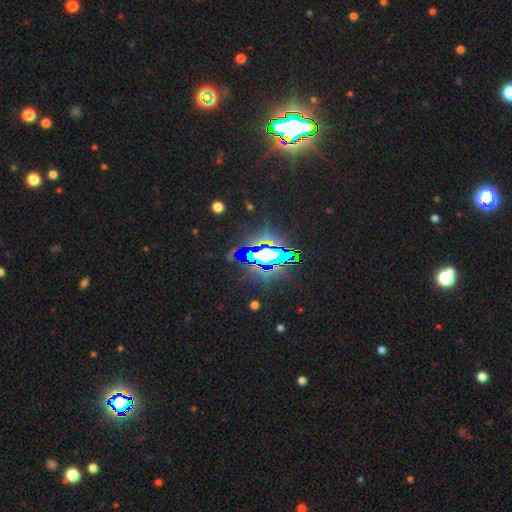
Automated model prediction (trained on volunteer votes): smooth-or-featured: star or artifact: 76% | smooth: 12% | featured or disk: 12%